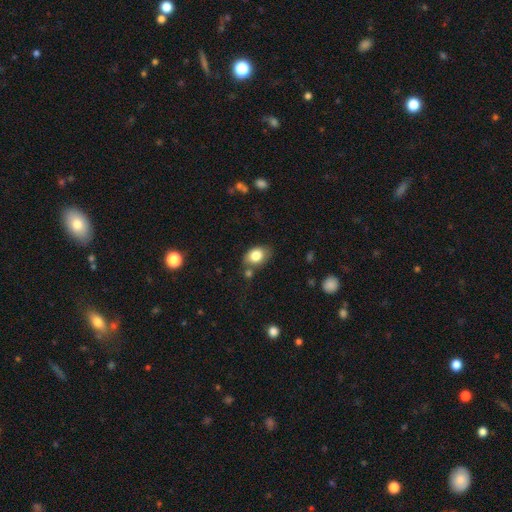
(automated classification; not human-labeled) Q: Smooth or featured?
A: smooth (82%); runner-up: featured or disk (10%)
Q: How rounded?
A: in between (76%); runner-up: round (23%)
Q: Merging?
A: none (69%); runner-up: minor disturbance (18%)